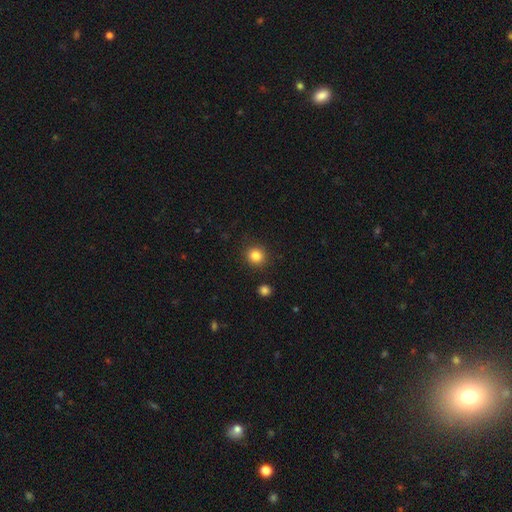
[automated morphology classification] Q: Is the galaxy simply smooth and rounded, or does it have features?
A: smooth — 84%.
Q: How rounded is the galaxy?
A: round — 87%.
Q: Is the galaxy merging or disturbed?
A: none — 90%.